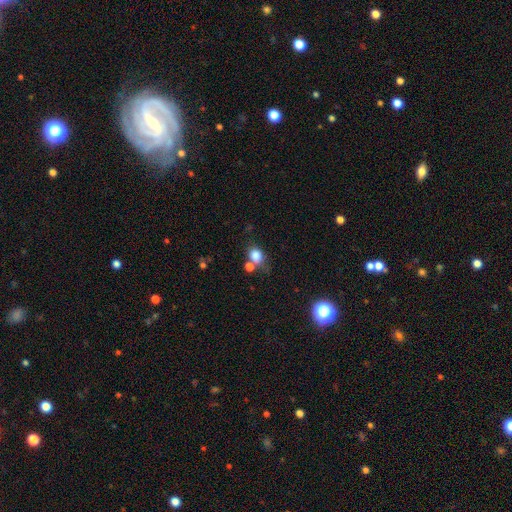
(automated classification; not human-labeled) Smooth or featured? smooth (81%)
How rounded? in between (51%)
Merging? none (51%)